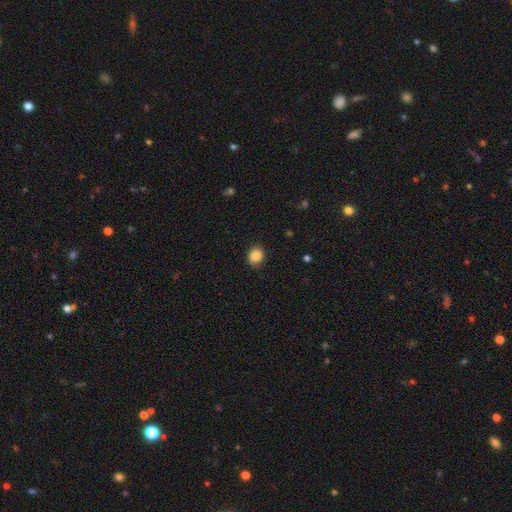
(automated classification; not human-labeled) Smooth or featured? Predicted: smooth (p=0.87). How rounded? Predicted: round (p=0.75). Merging? Predicted: none (p=0.86).